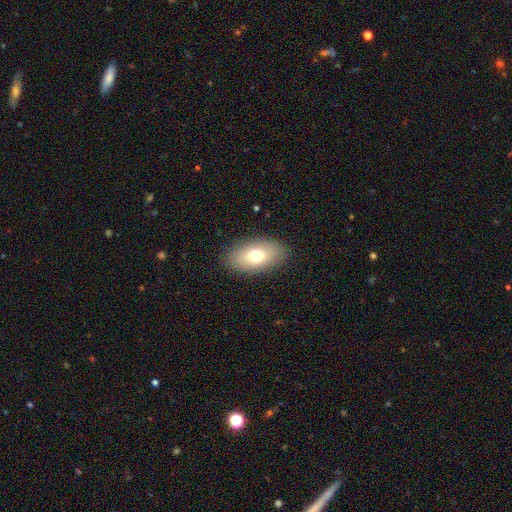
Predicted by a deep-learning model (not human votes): smooth 72%, featured or disk 19%, star or artifact 9%. Down the decision tree: how rounded — in between (91%); merging — none (88%).